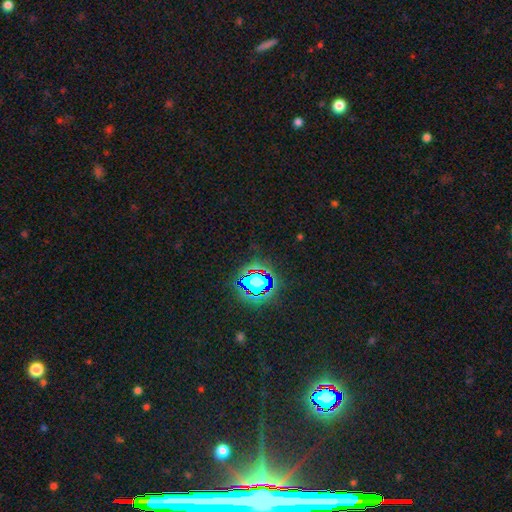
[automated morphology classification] Smooth or featured? star or artifact (78%)